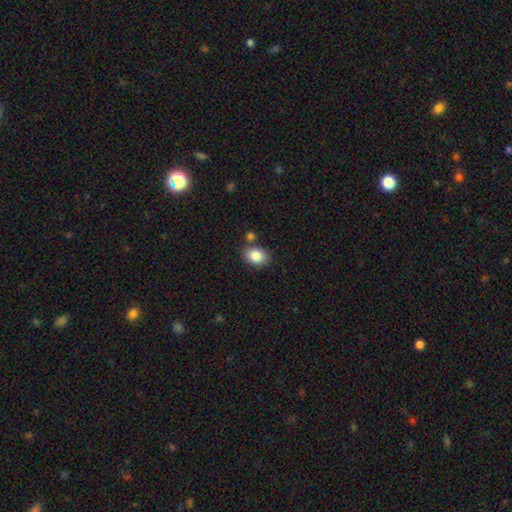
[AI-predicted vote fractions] A smooth galaxy with no disk features (85%) that is in between round and cigar-shaped (68%). Merging: none (76%).